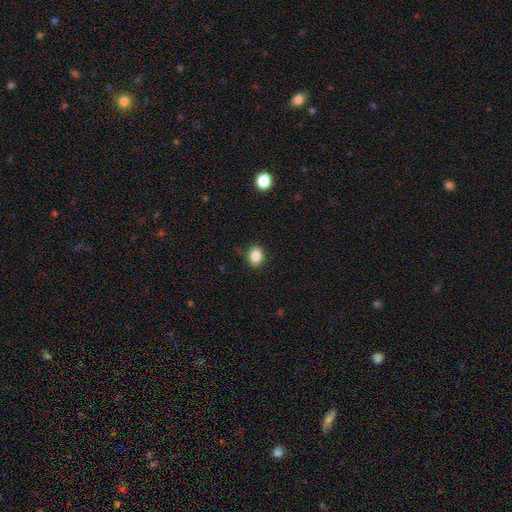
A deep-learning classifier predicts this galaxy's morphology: Smooth or featured: smooth — 84% (star or artifact — 10%)
How rounded: round — 53% (in between — 46%)
Merging: none — 86% (minor disturbance — 10%)